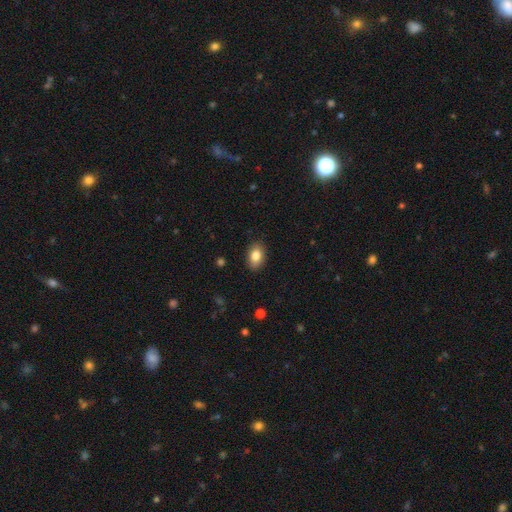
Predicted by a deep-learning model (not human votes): Q: Smooth or featured?
A: smooth (84%); runner-up: featured or disk (8%)
Q: How rounded?
A: in between (87%); runner-up: round (11%)
Q: Merging?
A: none (87%); runner-up: minor disturbance (10%)